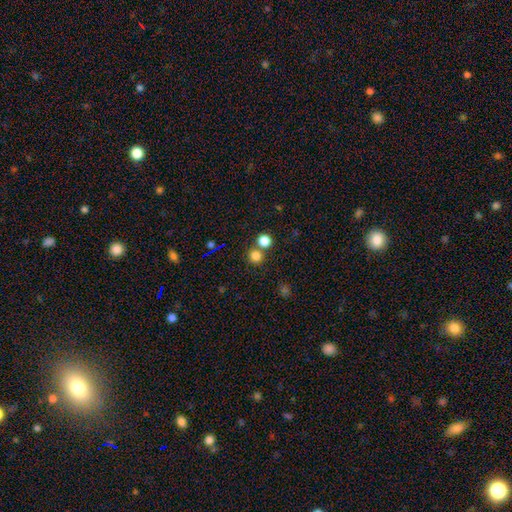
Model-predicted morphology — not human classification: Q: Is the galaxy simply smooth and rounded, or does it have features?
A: smooth — 78%.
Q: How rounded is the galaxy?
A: round — 93%.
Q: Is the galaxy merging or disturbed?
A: none — 69%.